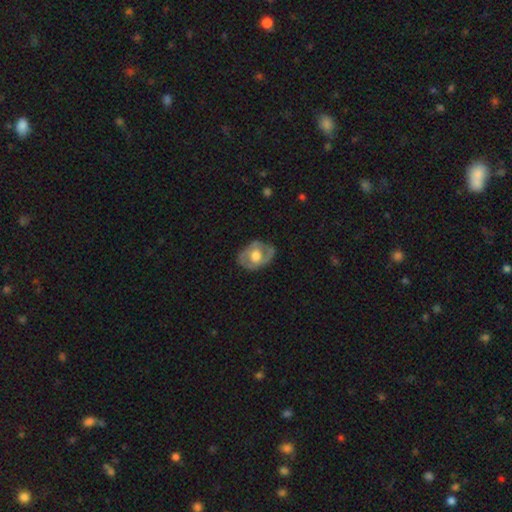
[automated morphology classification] This appears to be a featured or disk galaxy (63%) with no bar (70%), no spiral arms (52%) and a moderate central bulge (48%). Merging: none (74%).